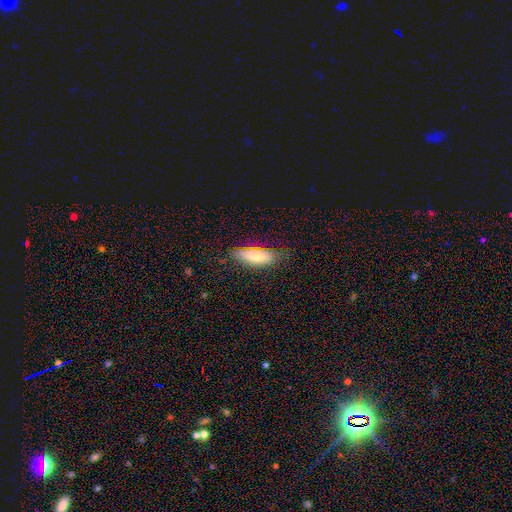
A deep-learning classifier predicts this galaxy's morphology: type=smooth (73%); roundness=in between (61%); merging=none (71%).